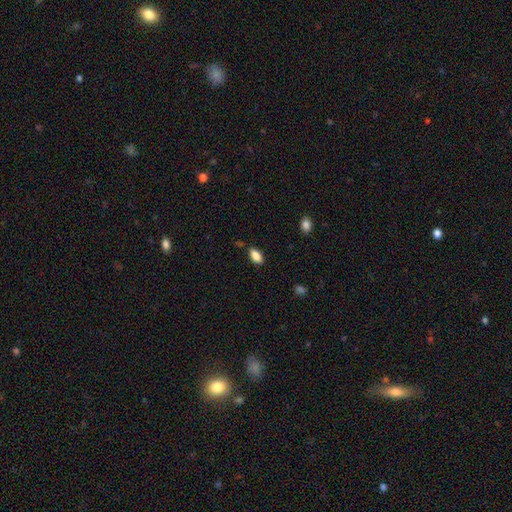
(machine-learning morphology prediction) type=smooth (87%); roundness=in between (91%); merging=none (81%).